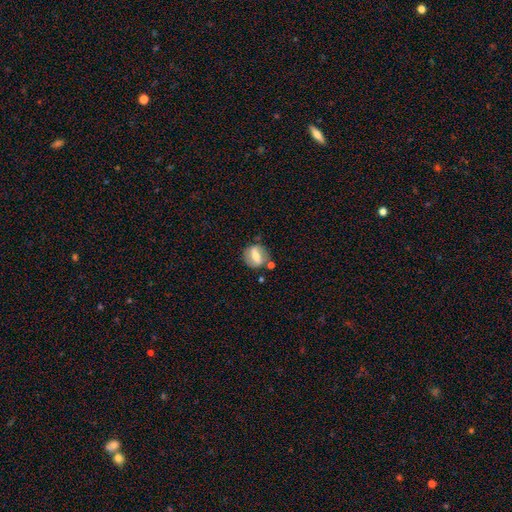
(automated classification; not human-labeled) Smooth or featured: featured or disk — 49% (smooth — 43%)
Merging: none — 68% (minor disturbance — 17%)